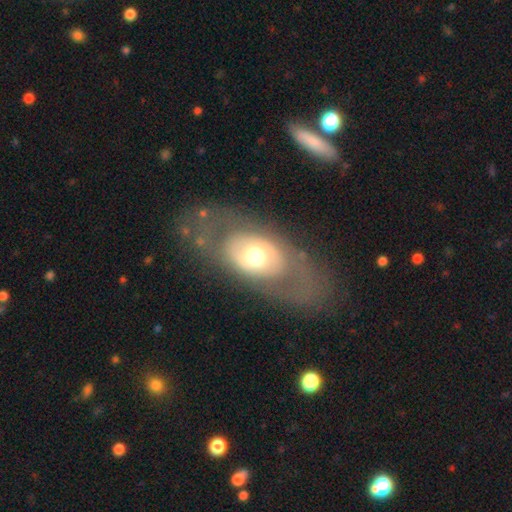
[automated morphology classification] type=featured or disk (54%); edge-on=no (87%); merging=none (72%).